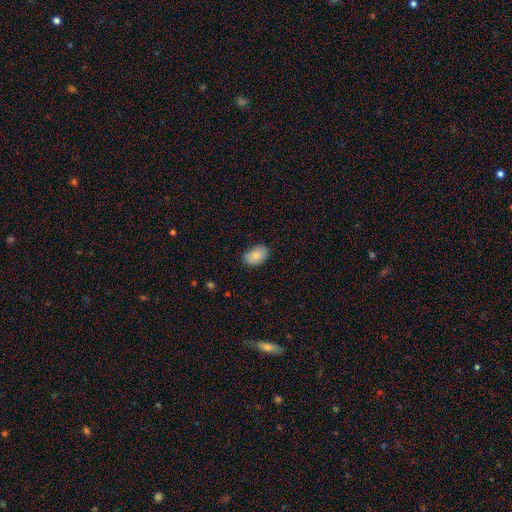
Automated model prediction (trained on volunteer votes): A smooth galaxy with no disk features (80%) that is in between round and cigar-shaped (81%). Merging: none (76%).